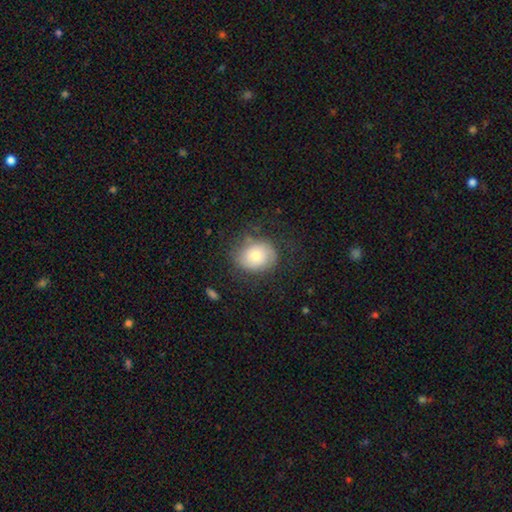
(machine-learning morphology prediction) A smooth galaxy with no disk features (68%) that is round (55%). Merging: none (63%).